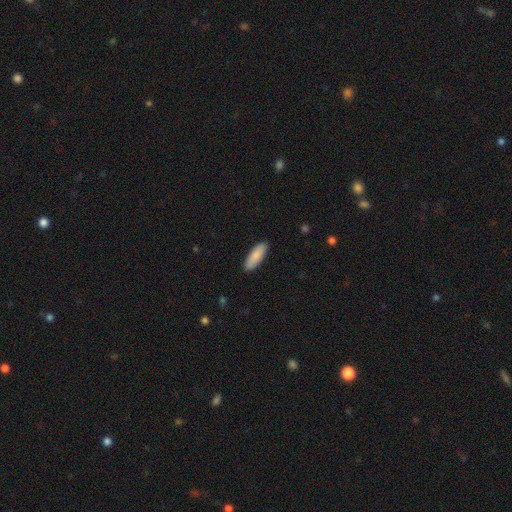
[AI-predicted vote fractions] Smooth or featured? Predicted: smooth (p=0.86). How rounded? Predicted: in between (p=0.58). Merging? Predicted: none (p=0.89).